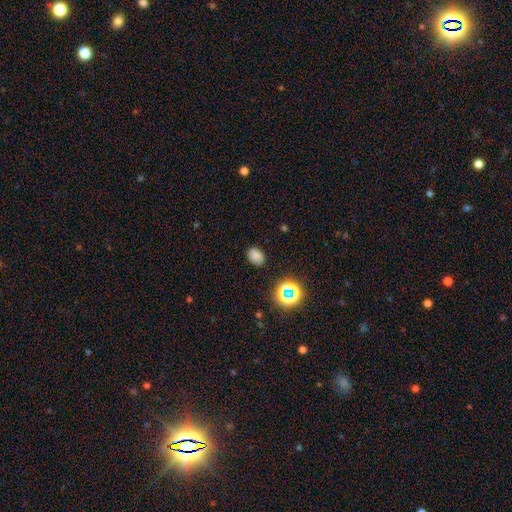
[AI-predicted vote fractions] This appears to be a smooth galaxy with no disk features (77%) that is in between round and cigar-shaped (77%). Merging: none (84%).